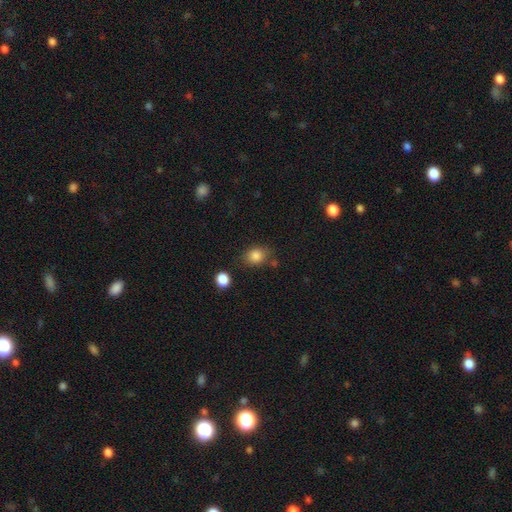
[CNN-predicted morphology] This appears to be a smooth galaxy with no disk features (84%) that is round (52%). Merging: none (72%).